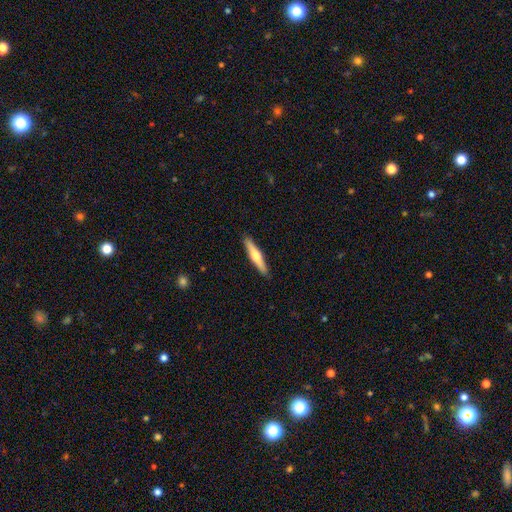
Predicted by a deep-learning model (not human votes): A featured or disk galaxy (55%) viewed edge-on (97%) with a rounded central bulge (91%).

Vote fractions:
- Smooth or featured? featured or disk: 55% / smooth: 40% / star or artifact: 5%
- Edge-on disk? yes: 97% / no: 3%
- Edge-on bulge? rounded: 91% / none: 5% / boxy: 4%
- Merging? none: 91% / minor disturbance: 6% / major disturbance: 1% / merger: 1%